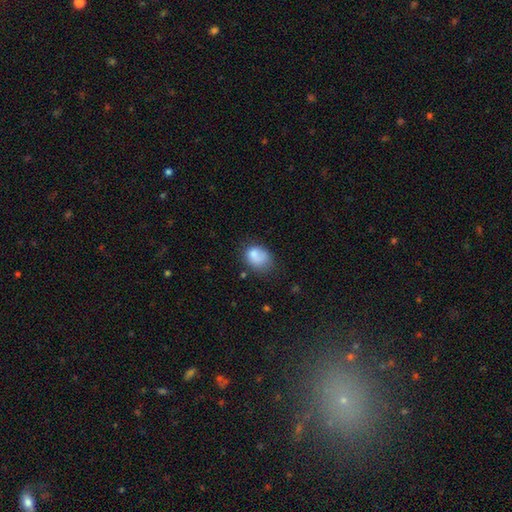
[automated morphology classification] Overall: smooth (78%). How rounded: in between (60%; round 39%). Merging: none (45%; minor disturbance 30%).